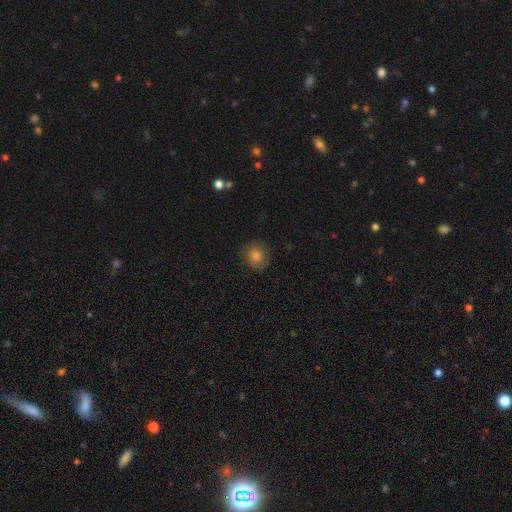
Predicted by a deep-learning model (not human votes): A smooth galaxy with no disk features (76%) that is round (80%).

Vote fractions:
- Smooth or featured? smooth: 76% / star or artifact: 13% / featured or disk: 11%
- How rounded? round: 80% / in between: 19% / cigar-shaped: 1%
- Merging? none: 83% / minor disturbance: 12% / major disturbance: 4% / merger: 1%